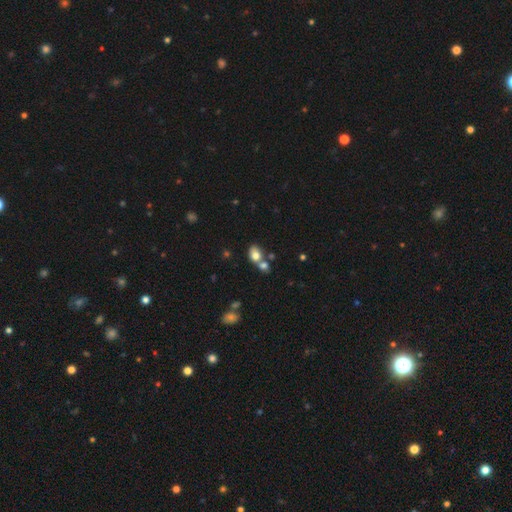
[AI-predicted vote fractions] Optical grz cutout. It shows a smooth galaxy with no disk features (77%) that is in between round and cigar-shaped (68%). Merging: merger (48%).